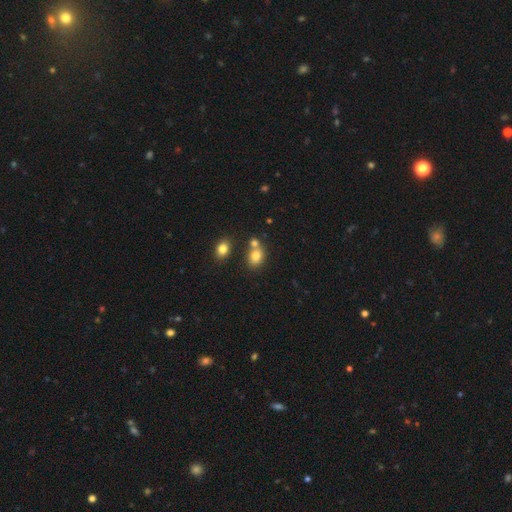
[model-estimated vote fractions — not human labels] Smooth or featured? Predicted: smooth (p=0.79). How rounded? Predicted: in between (p=0.55). Merging? Predicted: none (p=0.53).